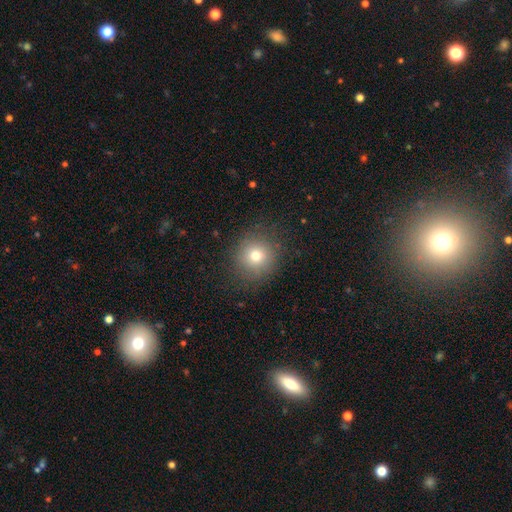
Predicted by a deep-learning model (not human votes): Overall: smooth (74%). How rounded: round (91%). Merging: none (85%).